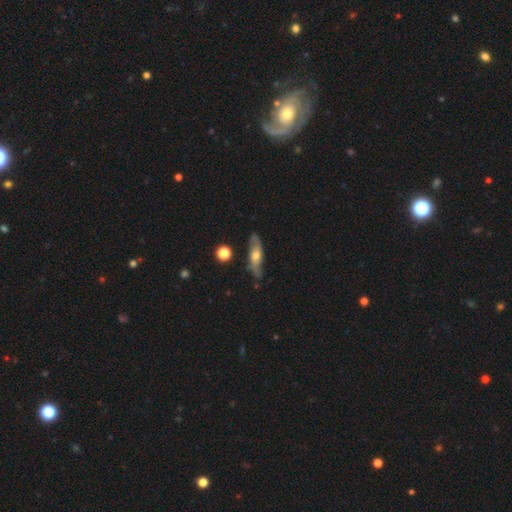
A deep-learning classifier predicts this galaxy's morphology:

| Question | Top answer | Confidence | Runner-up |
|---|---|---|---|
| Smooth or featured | featured or disk | 60% | smooth (34%) |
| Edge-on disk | no | 53% | yes (47%) |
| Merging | none | 75% | minor disturbance (18%) |